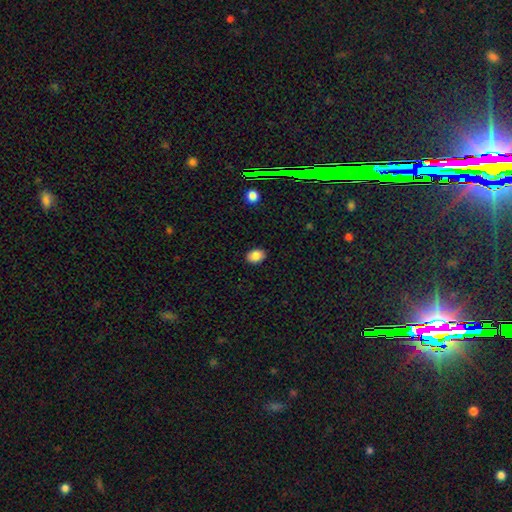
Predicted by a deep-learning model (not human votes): Overall: smooth (86%). How rounded: in between (71%). Merging: none (89%).